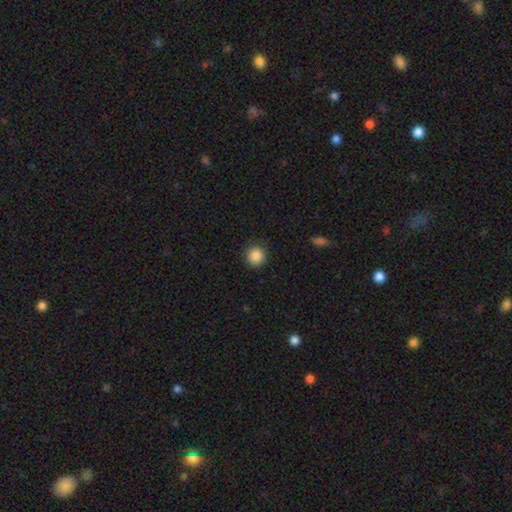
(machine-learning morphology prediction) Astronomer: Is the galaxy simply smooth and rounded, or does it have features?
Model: smooth — 88%.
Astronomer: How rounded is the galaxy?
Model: round — 94%.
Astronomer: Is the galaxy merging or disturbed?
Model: none — 91%.